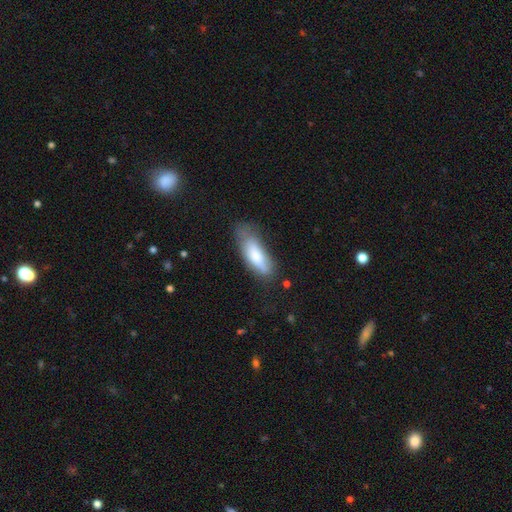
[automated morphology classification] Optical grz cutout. It shows a smooth galaxy with no disk features (74%) that is in between round and cigar-shaped (62%). Merging: none (49%).